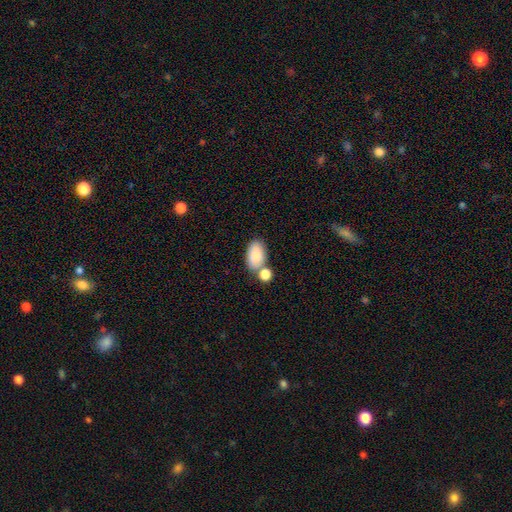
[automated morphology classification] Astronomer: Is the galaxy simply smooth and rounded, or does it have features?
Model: smooth — 84%.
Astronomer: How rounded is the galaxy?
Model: in between — 92%.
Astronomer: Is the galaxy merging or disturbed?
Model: none — 55%.